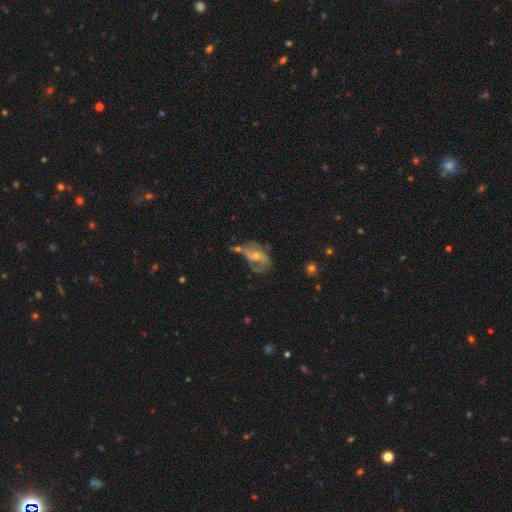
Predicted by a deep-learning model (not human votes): The model was most divided on "bulge size": small: 49%, moderate: 43%, none: 5%, large: 2%, dominant: 1%. Remaining: edge-on disk — no (95%); spiral arms — yes (66%); smooth or featured — featured or disk (66%); bar — no (54%); merging — none (38%).